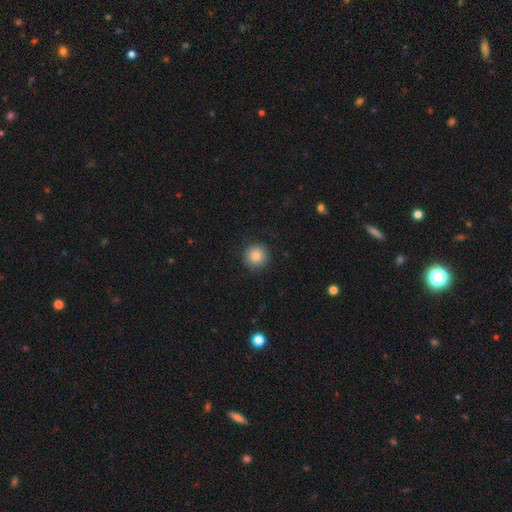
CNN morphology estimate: A smooth galaxy with no disk features (83%) that is round (95%). Merging: none (90%).